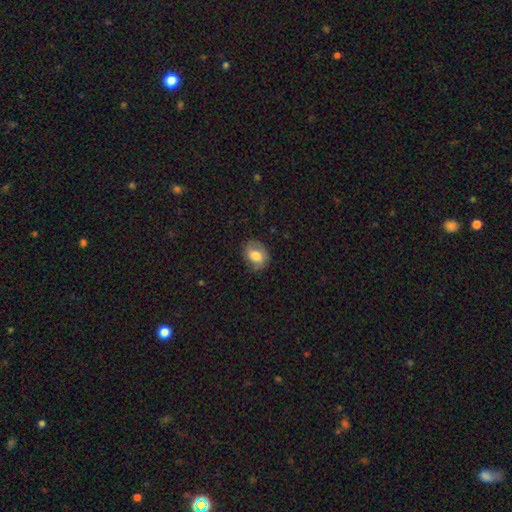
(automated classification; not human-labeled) Morphology: type=smooth (70%); roundness=in between (63%); merging=none (74%).